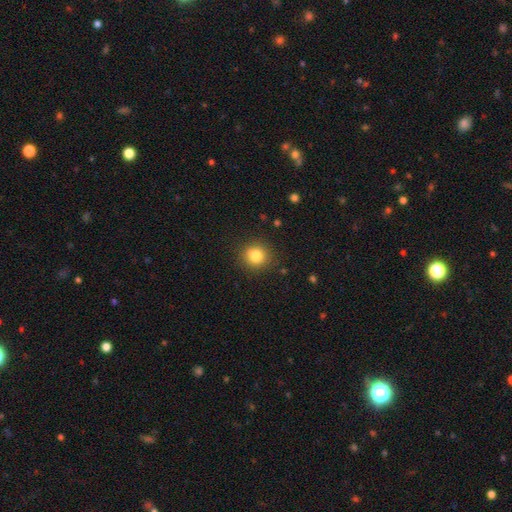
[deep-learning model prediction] Q: Smooth or featured?
A: smooth (81%); runner-up: star or artifact (12%)
Q: How rounded?
A: round (91%); runner-up: in between (8%)
Q: Merging?
A: none (87%); runner-up: minor disturbance (9%)